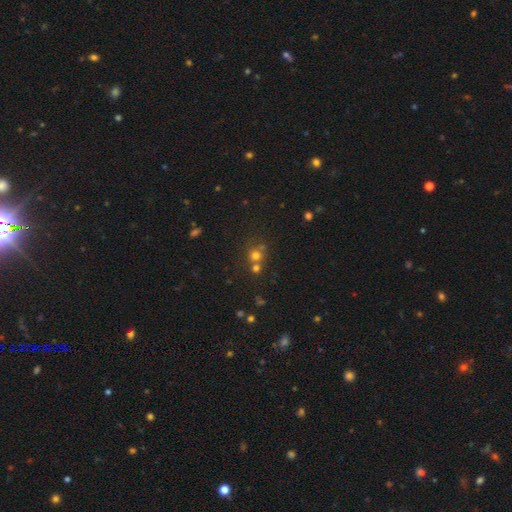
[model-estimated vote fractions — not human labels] smooth 67%, star or artifact 22%, featured or disk 11%. Down the decision tree: how rounded — round (88%); merging — none (55%).